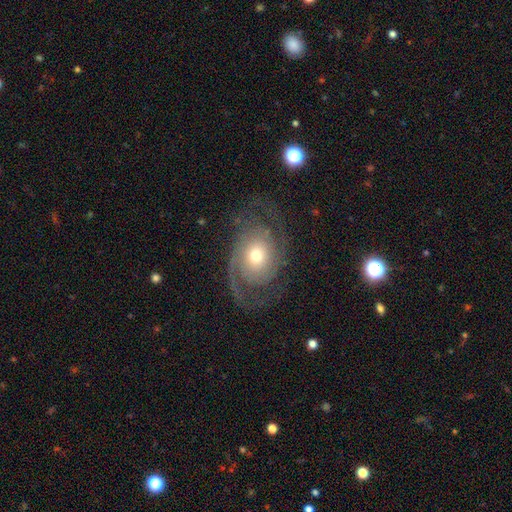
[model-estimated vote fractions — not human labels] Morphology: type=featured or disk (85%); edge-on=no (96%); bar=no (77%); spiral arms=yes (96%); winding=medium (44%); arm count=2 (83%); bulge=moderate (58%); merging=none (71%).